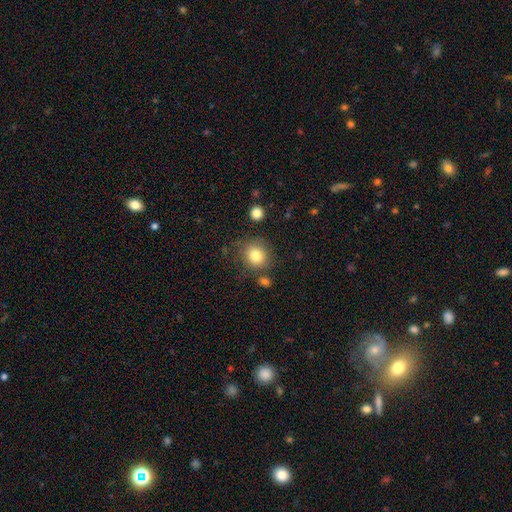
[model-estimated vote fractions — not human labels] Overall: smooth (81%). How rounded: round (85%). Merging: none (77%).